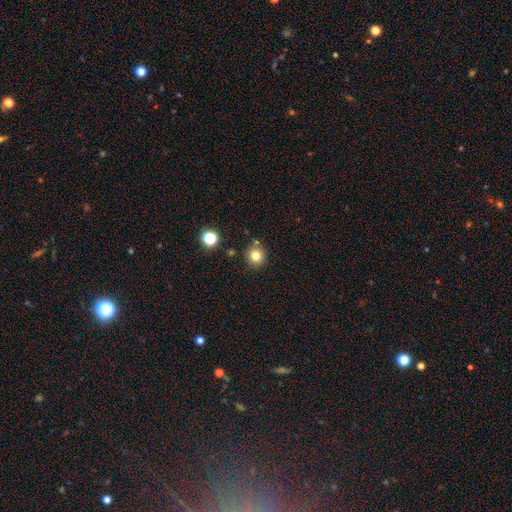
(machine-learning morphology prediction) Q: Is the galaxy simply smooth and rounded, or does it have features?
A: smooth — 80%.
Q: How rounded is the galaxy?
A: round — 92%.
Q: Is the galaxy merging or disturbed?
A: none — 83%.